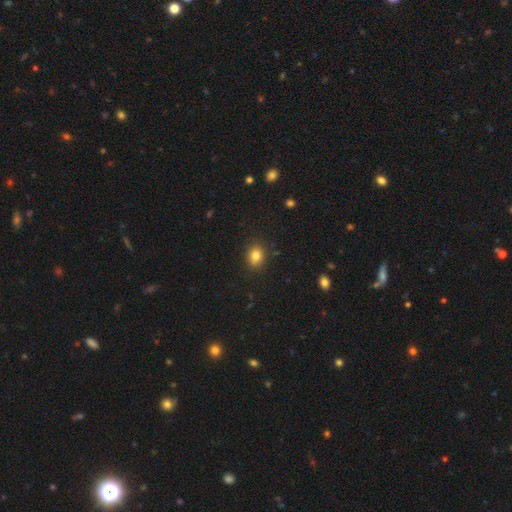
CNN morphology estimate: smooth_or_featured: smooth (p=0.82) [alt: star or artifact p=0.11]
how_rounded: round (p=0.55) [alt: in between p=0.44]
merging: none (p=0.86) [alt: minor disturbance p=0.10]